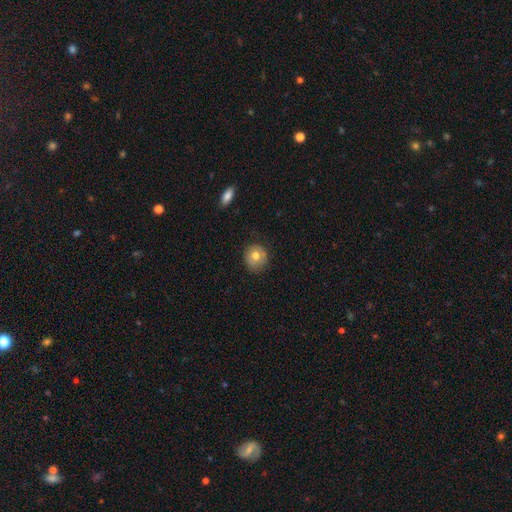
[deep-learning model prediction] A smooth galaxy with no disk features (74%) that is round (87%).

Vote fractions:
- Smooth or featured? smooth: 74% / featured or disk: 17% / star or artifact: 9%
- How rounded? round: 87% / in between: 12% / cigar-shaped: 1%
- Merging? none: 79% / minor disturbance: 16% / major disturbance: 3% / merger: 2%